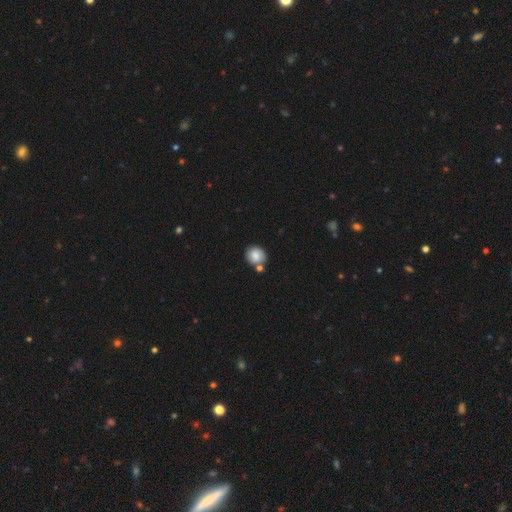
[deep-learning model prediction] The model was most divided on "merging": none: 67%, merger: 18%, minor disturbance: 12%, major disturbance: 3%. More confident: how rounded — round (87%); smooth or featured — smooth (83%).